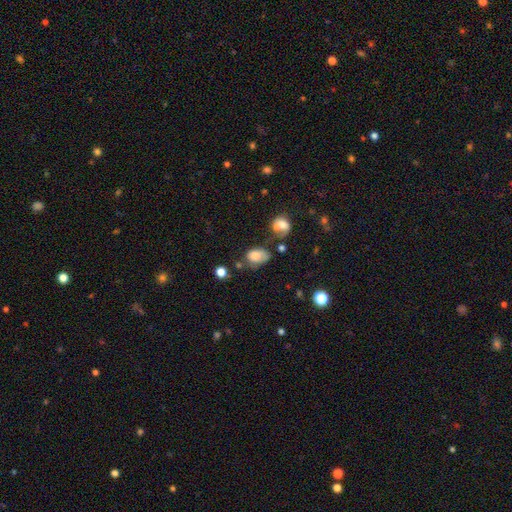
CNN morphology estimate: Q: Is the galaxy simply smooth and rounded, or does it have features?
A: smooth — 75%.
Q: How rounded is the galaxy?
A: in between — 79%.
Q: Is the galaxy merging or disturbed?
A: none — 36%.